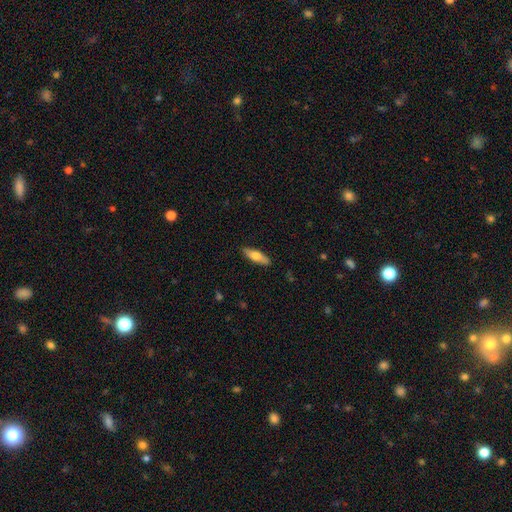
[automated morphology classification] Smooth or featured: smooth — 61% (featured or disk — 33%)
How rounded: cigar-shaped — 58% (in between — 40%)
Merging: none — 88% (minor disturbance — 9%)